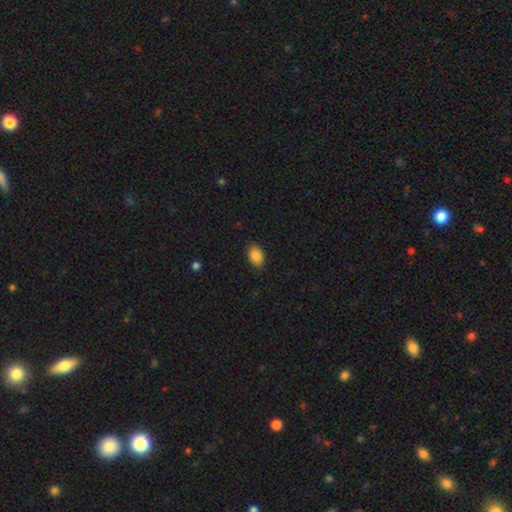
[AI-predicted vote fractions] Overall: smooth (87%). How rounded: in between (87%). Merging: none (87%).